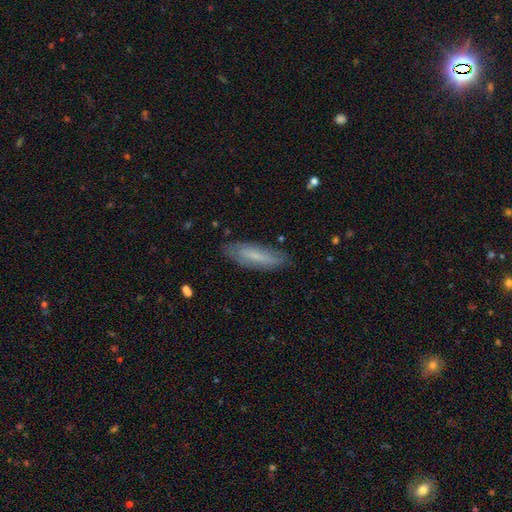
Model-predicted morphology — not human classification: A smooth galaxy with no disk features (57%) that is cigar-shaped (57%). Merging: none (80%).